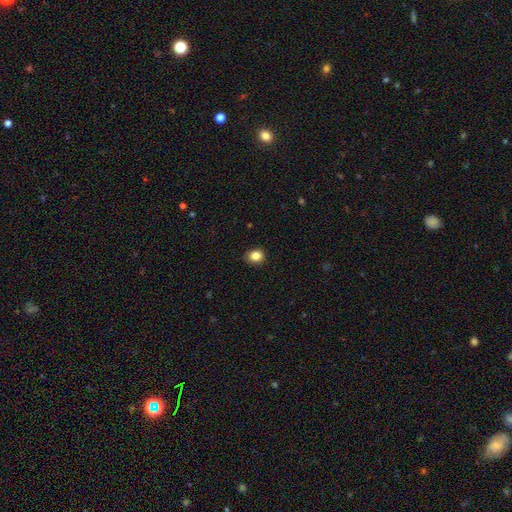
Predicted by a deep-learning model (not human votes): smooth_or_featured: smooth (p=0.85) [alt: star or artifact p=0.10]
how_rounded: round (p=0.69) [alt: in between p=0.30]
merging: none (p=0.86) [alt: minor disturbance p=0.11]